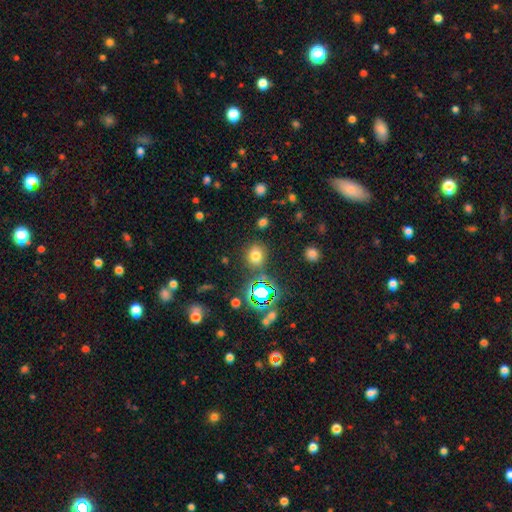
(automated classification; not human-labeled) smooth_or_featured: smooth (p=0.66) [alt: star or artifact p=0.25]
how_rounded: round (p=0.73) [alt: in between p=0.26]
merging: none (p=0.82) [alt: minor disturbance p=0.10]